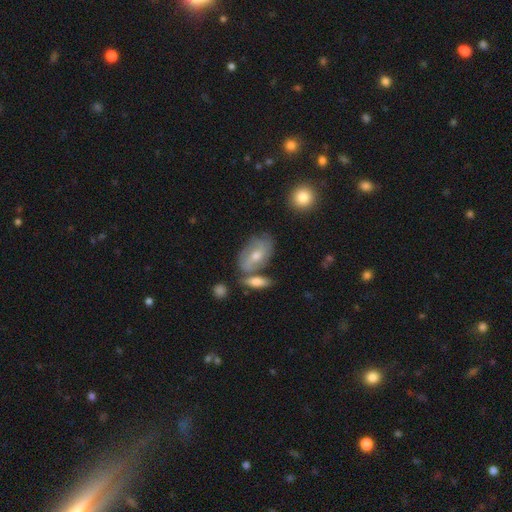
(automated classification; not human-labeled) Smooth or featured?
  - featured or disk: 48% *
  - smooth: 43%
  - star or artifact: 9%
Merging?
  - none: 53% *
  - merger: 23%
  - minor disturbance: 18%
  - major disturbance: 6%